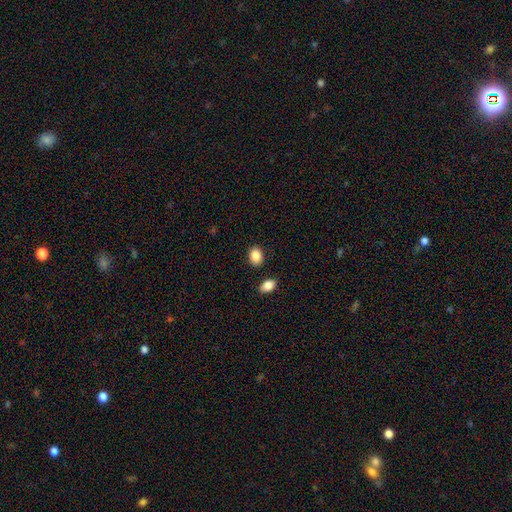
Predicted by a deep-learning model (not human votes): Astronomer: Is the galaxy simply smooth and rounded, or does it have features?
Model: smooth — 88%.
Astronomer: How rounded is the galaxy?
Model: in between — 65%.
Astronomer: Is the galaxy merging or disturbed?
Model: none — 84%.